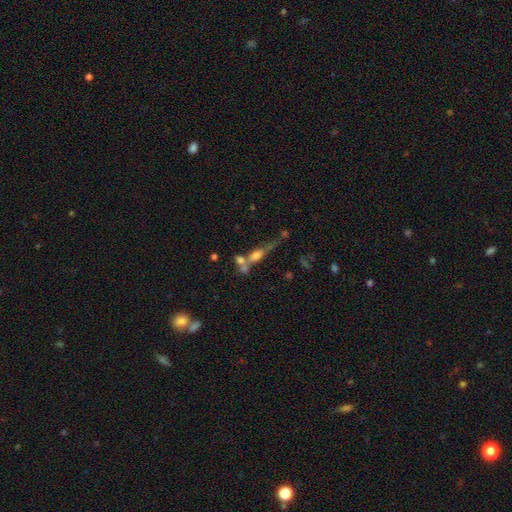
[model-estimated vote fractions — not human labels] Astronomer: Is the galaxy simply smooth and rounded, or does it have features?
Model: smooth — 45% (runner-up: featured or disk, 40%).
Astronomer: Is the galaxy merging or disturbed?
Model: merger — 48% (runner-up: none, 30%).